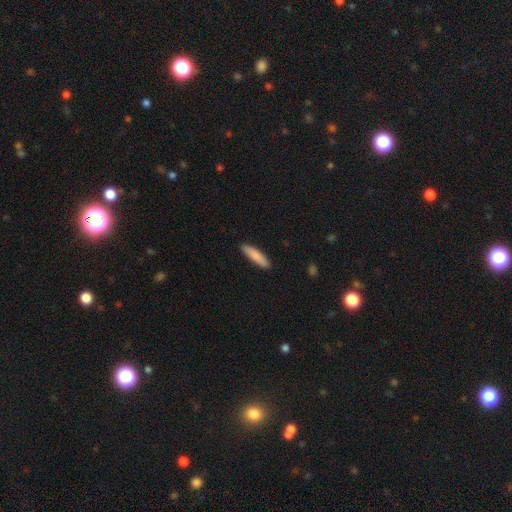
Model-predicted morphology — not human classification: The model was most divided on "how rounded": cigar-shaped: 77%, in between: 21%, round: 1%. More confident: merging — none (90%); smooth or featured — smooth (85%).